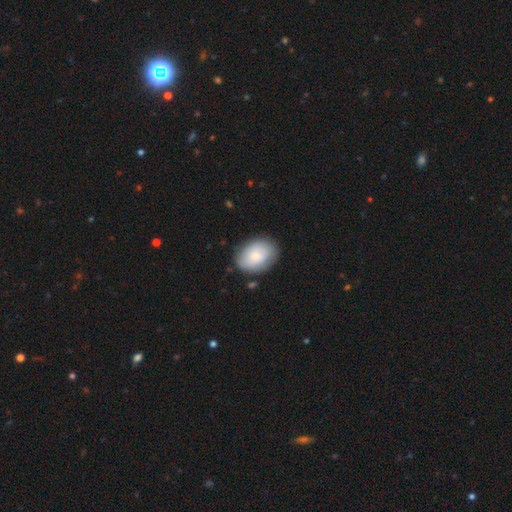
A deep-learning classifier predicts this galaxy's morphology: Smooth or featured? smooth (81%)
How rounded? in between (77%)
Merging? none (80%)